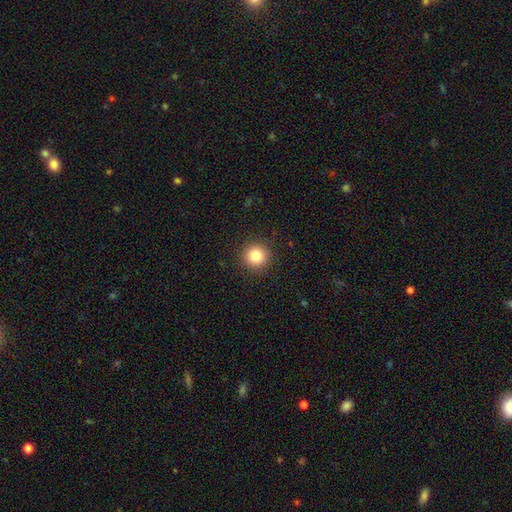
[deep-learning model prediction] smooth 83%, star or artifact 11%, featured or disk 6%. Down the decision tree: how rounded — round (95%); merging — none (92%).